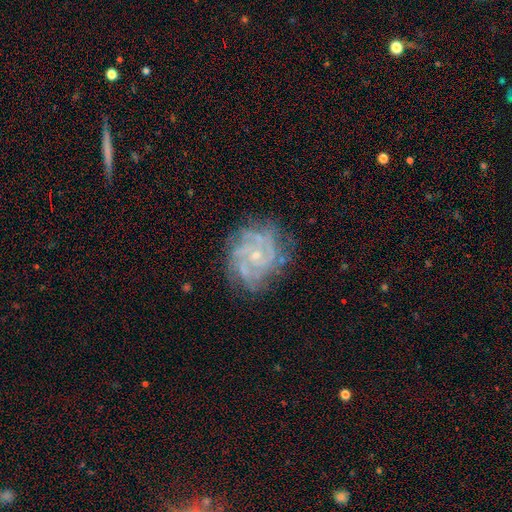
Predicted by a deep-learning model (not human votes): smooth_or_featured: featured or disk (p=0.75) [alt: star or artifact p=0.15]
disk_edge_on: no (p=0.97) [alt: yes p=0.03]
bar: no (p=0.72) [alt: weak p=0.22]
has_spiral_arms: yes (p=0.96) [alt: no p=0.04]
spiral_winding: tight (p=0.68) [alt: medium p=0.26]
spiral_arm_count: can't tell (p=0.29) [alt: 4 p=0.21]
bulge_size: small (p=0.75) [alt: moderate p=0.20]
merging: none (p=0.80) [alt: minor disturbance p=0.14]